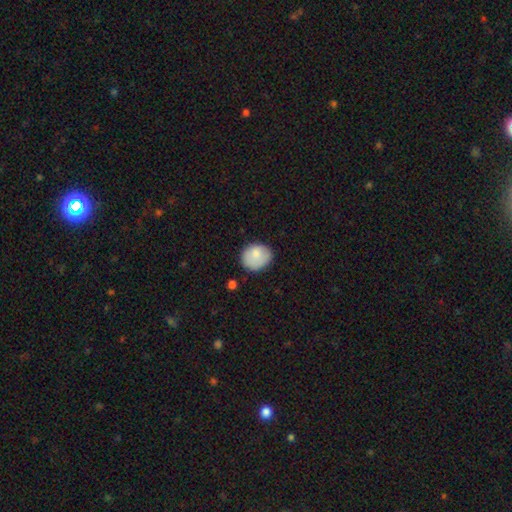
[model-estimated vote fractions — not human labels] smooth_or_featured: smooth (p=0.80) [alt: featured or disk p=0.12]
how_rounded: round (p=0.65) [alt: in between p=0.34]
merging: none (p=0.73) [alt: minor disturbance p=0.20]